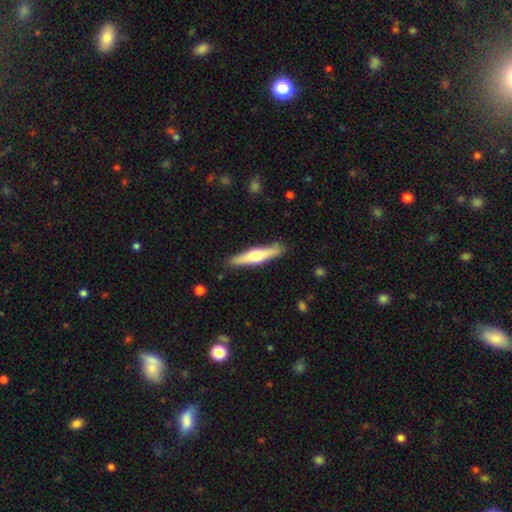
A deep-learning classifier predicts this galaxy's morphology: Smooth or featured?
  - featured or disk: 54% *
  - smooth: 41%
  - star or artifact: 5%
Edge-on disk?
  - yes: 95% *
  - no: 5%
Edge-on bulge?
  - rounded: 90% *
  - boxy: 6%
  - none: 5%
Merging?
  - none: 87% *
  - minor disturbance: 9%
  - major disturbance: 2%
  - merger: 2%